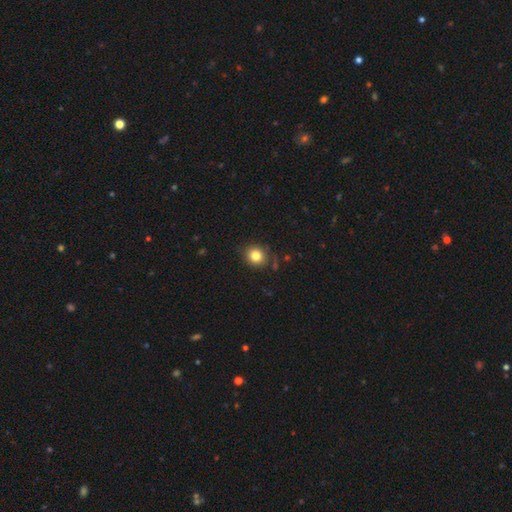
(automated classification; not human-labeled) The model was most divided on "how rounded": round: 78%, in between: 21%, cigar-shaped: 1%. More confident: merging — none (82%); smooth or featured — smooth (82%).